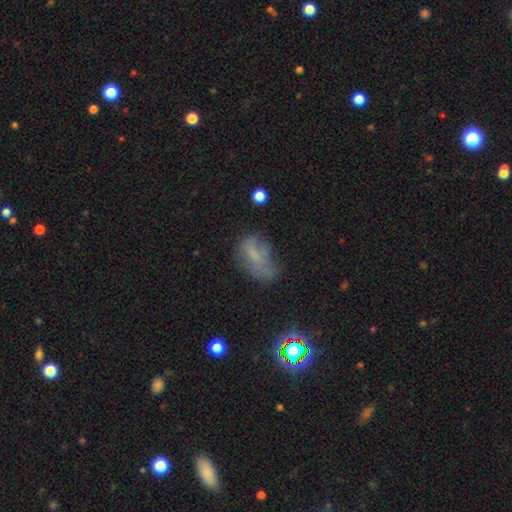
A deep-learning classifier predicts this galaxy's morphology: smooth_or_featured: smooth (p=0.52) [alt: featured or disk p=0.26]
how_rounded: in between (p=0.83) [alt: round p=0.10]
merging: none (p=0.38) [alt: minor disturbance p=0.30]